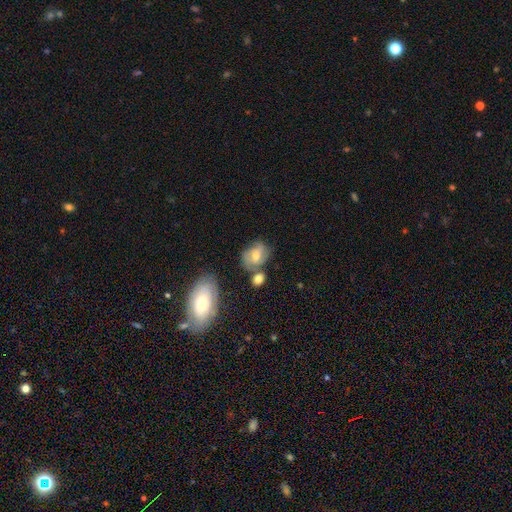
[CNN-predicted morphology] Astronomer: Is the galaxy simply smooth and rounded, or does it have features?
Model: featured or disk — 50% (runner-up: smooth, 39%).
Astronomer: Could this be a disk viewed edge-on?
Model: no — 96%.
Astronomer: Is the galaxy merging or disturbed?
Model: none — 57%.